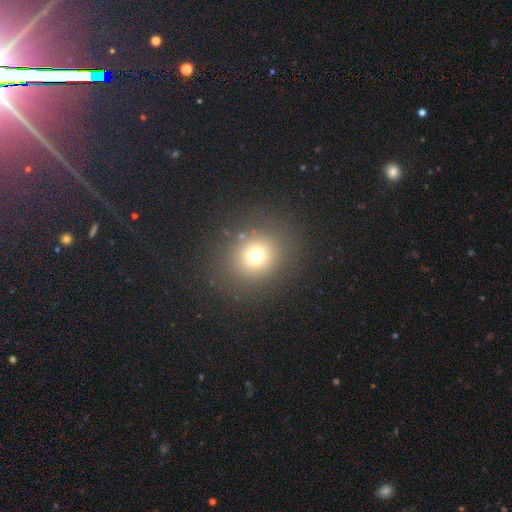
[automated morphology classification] This is likely a smooth galaxy (70%). How rounded: likely round (78%). Merging: clearly none (85%).